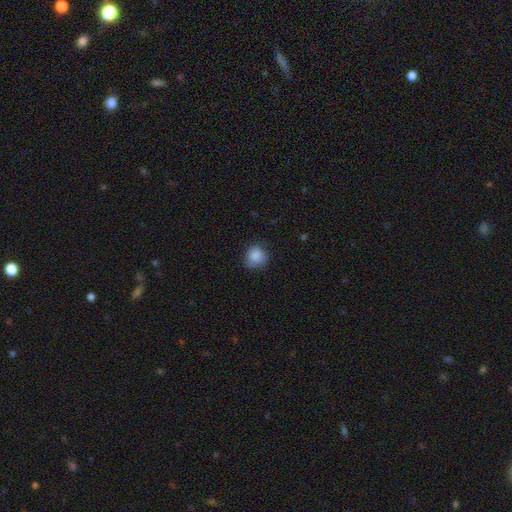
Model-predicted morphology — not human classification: smooth-or-featured: smooth: 87% | star or artifact: 9% | featured or disk: 5%
  how-rounded: round: 85% | in between: 14% | cigar-shaped: 1%
  merging: none: 72% | minor disturbance: 22% | major disturbance: 5% | merger: 1%